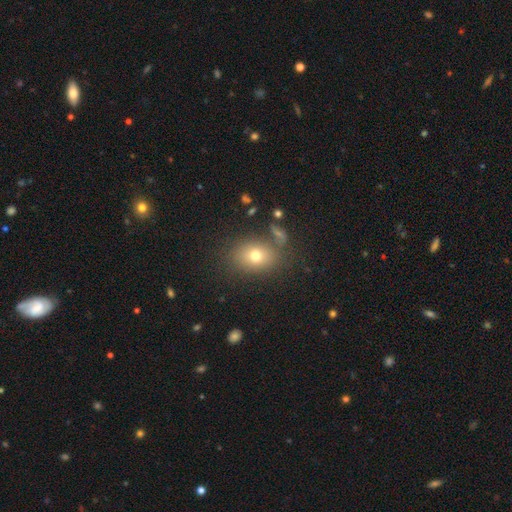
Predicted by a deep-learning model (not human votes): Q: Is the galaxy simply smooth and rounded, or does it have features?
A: smooth — 72%.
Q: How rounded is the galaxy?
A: in between — 62%.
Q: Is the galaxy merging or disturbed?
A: none — 74%.